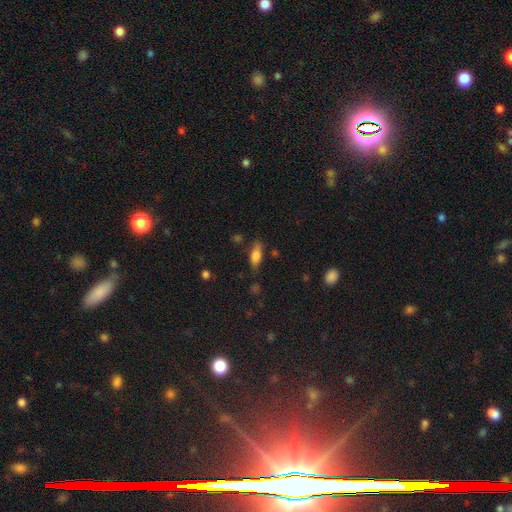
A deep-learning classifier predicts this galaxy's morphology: smooth_or_featured: smooth (p=0.74) [alt: featured or disk p=0.17]
how_rounded: in between (p=0.68) [alt: cigar-shaped p=0.28]
merging: none (p=0.70) [alt: minor disturbance p=0.20]